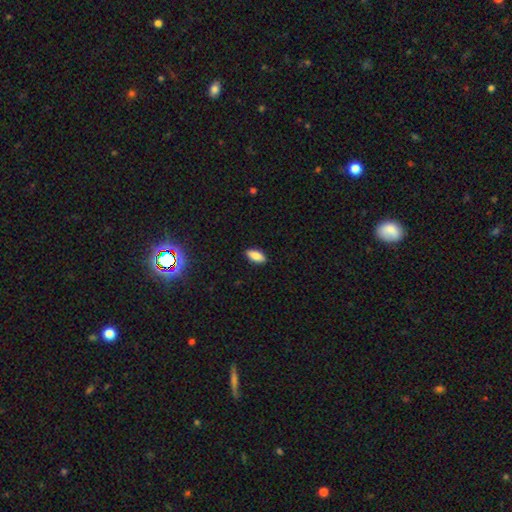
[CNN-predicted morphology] type=smooth (87%); roundness=in between (89%); merging=none (89%).